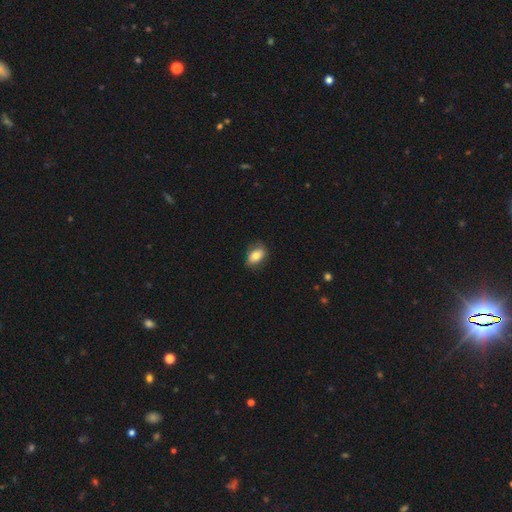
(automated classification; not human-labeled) Smooth or featured? smooth (79%)
How rounded? in between (85%)
Merging? none (75%)